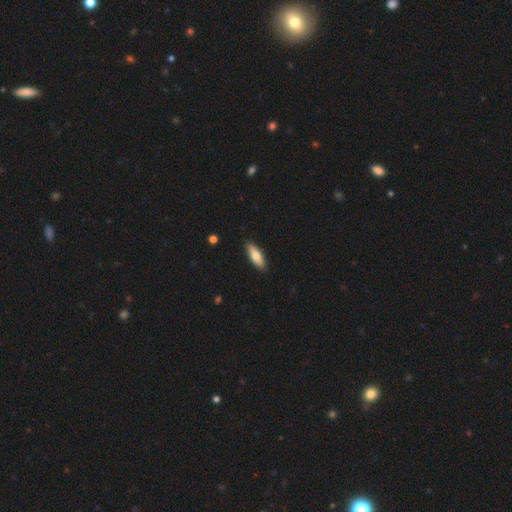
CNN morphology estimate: A smooth galaxy with no disk features (75%) that is in between round and cigar-shaped (57%).

Vote fractions:
- Smooth or featured? smooth: 75% / featured or disk: 19% / star or artifact: 6%
- How rounded? in between: 57% / cigar-shaped: 41% / round: 2%
- Merging? none: 88% / minor disturbance: 9% / major disturbance: 2% / merger: 1%